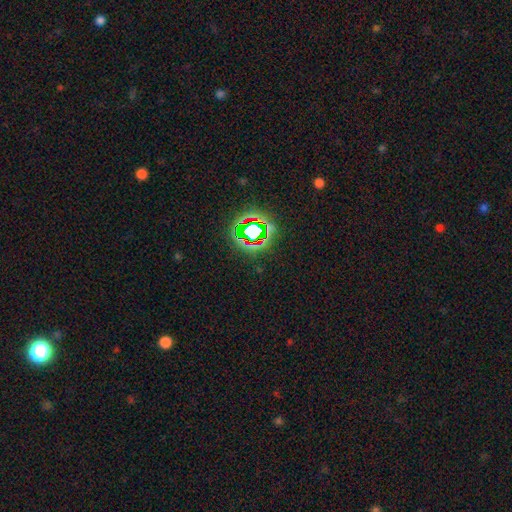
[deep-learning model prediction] This is likely a star or artifact rather than a galaxy (75%).